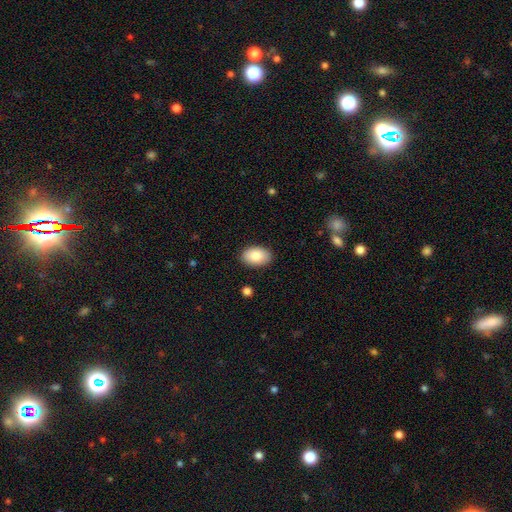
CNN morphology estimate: Smooth or featured? Predicted: smooth (p=0.86). How rounded? Predicted: in between (p=0.90). Merging? Predicted: none (p=0.88).